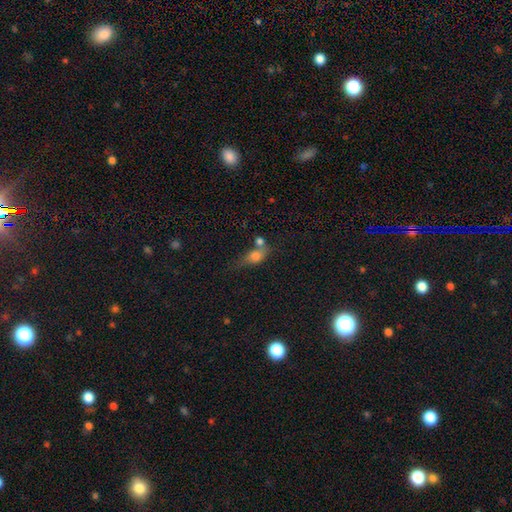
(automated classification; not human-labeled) A smooth galaxy with no disk features (72%) that is in between round and cigar-shaped (68%). Merging: merger (37%).